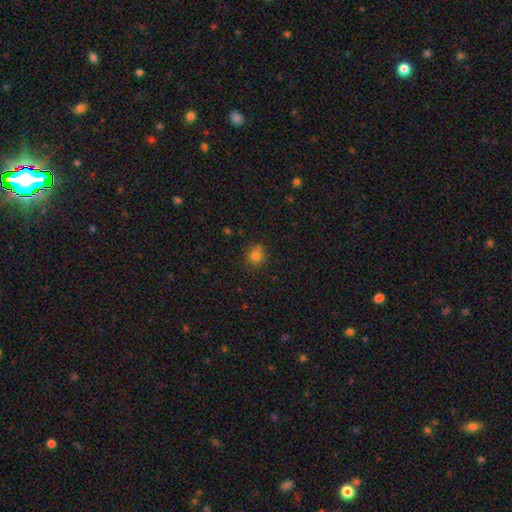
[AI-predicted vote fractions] smooth 78%, star or artifact 15%, featured or disk 8%. Down the decision tree: how rounded — round (82%); merging — none (73%).